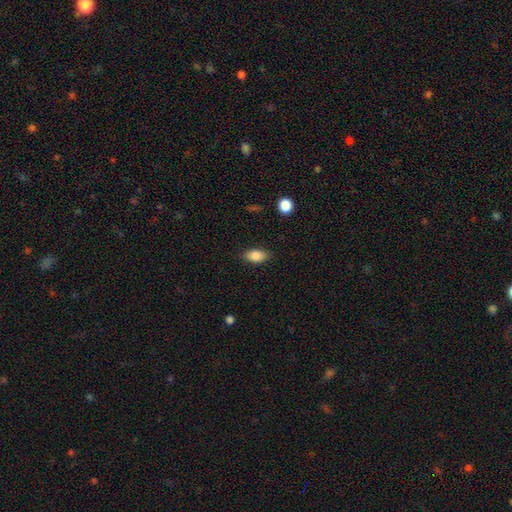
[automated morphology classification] This appears to be a smooth galaxy with no disk features (83%) that is in between round and cigar-shaped (88%). Merging: none (84%).